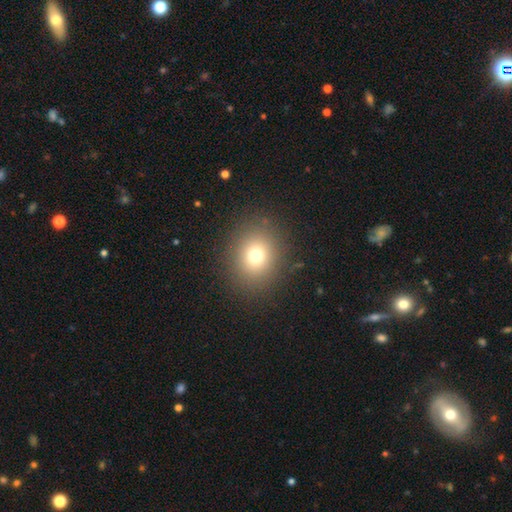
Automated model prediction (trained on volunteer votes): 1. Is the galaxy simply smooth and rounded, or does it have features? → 74% smooth, 16% star or artifact, 10% featured or disk.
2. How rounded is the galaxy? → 74% round, 25% in between, 1% cigar-shaped.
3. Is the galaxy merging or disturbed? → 88% none, 7% minor disturbance, 4% major disturbance, 1% merger.